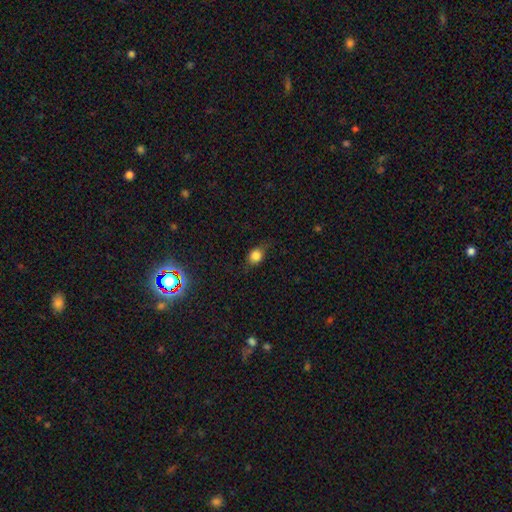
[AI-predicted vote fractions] Smooth or featured? smooth (75%)
How rounded? in between (50%)
Merging? none (70%)